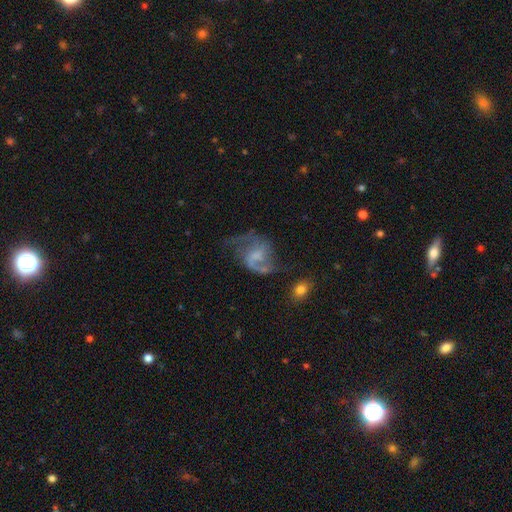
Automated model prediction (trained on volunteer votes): Morphology: type=featured or disk (80%); edge-on=no (98%); bar=weak (47%); spiral arms=yes (92%); winding=loose (51%); arm count=2 (80%); bulge=none (42%); merging=none (45%).